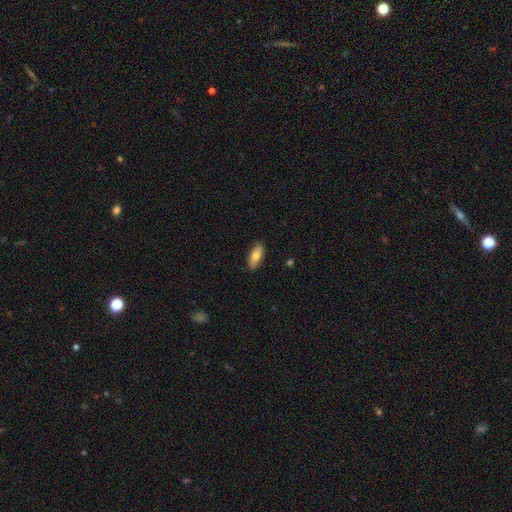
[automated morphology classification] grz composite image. It shows a smooth galaxy with no disk features (72%) that is in between round and cigar-shaped (76%). Merging: none (87%).